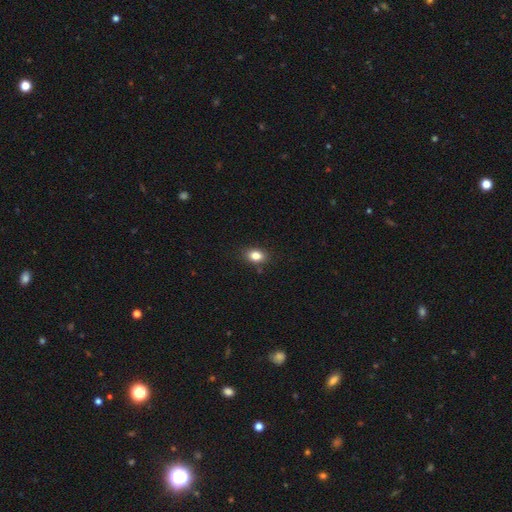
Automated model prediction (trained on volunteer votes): Q: Smooth or featured?
A: smooth (83%); runner-up: star or artifact (10%)
Q: How rounded?
A: in between (75%); runner-up: round (23%)
Q: Merging?
A: none (84%); runner-up: minor disturbance (12%)